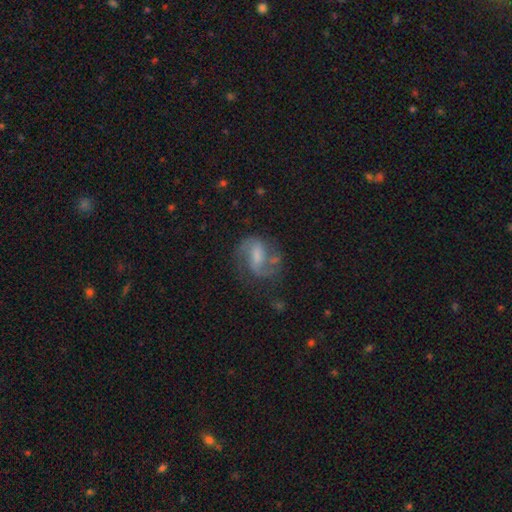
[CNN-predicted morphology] Q: Smooth or featured?
A: featured or disk (75%); runner-up: smooth (17%)
Q: Edge-on disk?
A: no (97%); runner-up: yes (3%)
Q: Bar?
A: weak (49%); runner-up: strong (29%)
Q: Spiral arms?
A: yes (91%); runner-up: no (9%)
Q: Spiral winding?
A: medium (51%); runner-up: loose (32%)
Q: Spiral arm count?
A: 2 (84%); runner-up: can't tell (7%)
Q: Bulge size?
A: small (35%); runner-up: moderate (31%)
Q: Merging?
A: none (61%); runner-up: minor disturbance (20%)